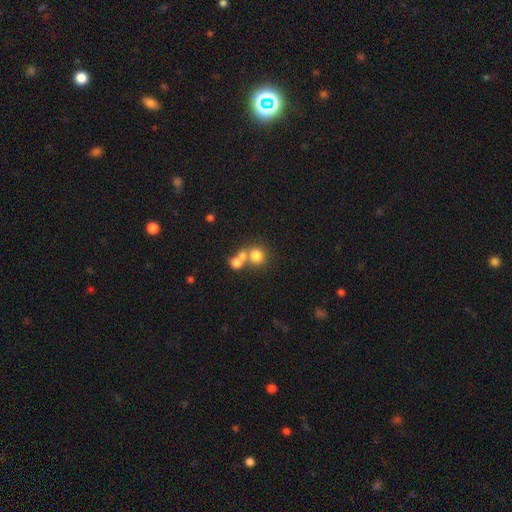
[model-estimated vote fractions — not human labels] Smooth or featured? smooth (74%)
How rounded? round (86%)
Merging? none (46%)